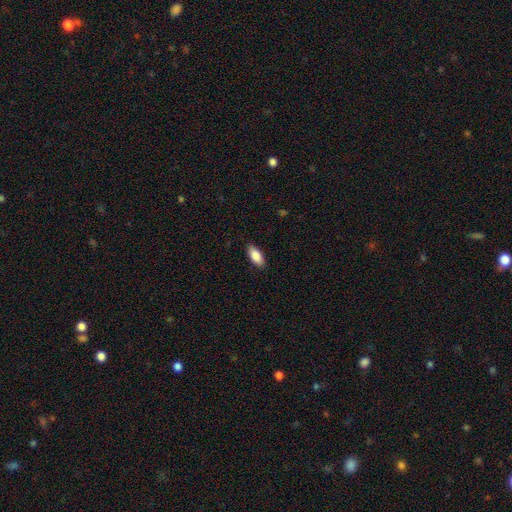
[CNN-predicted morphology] Smooth or featured? Predicted: smooth (p=0.86). How rounded? Predicted: in between (p=0.86). Merging? Predicted: none (p=0.88).